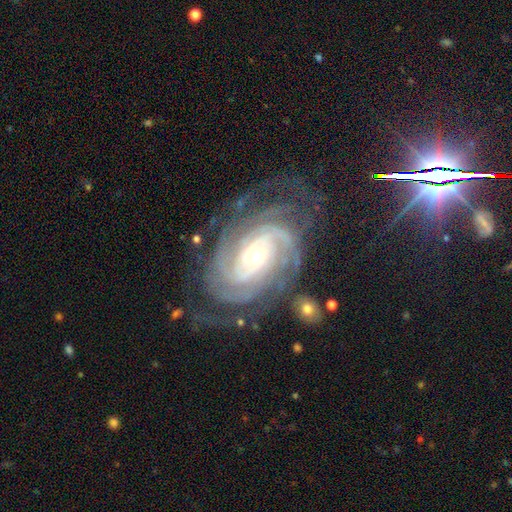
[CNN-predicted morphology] smooth-or-featured: featured or disk: 91% | star or artifact: 5% | smooth: 3%
  disk-edge-on: no: 97% | yes: 3%
    bar: no: 60% | weak: 25% | strong: 15%
    has-spiral-arms: yes: 98% | no: 2%
      spiral-winding: tight: 73% | medium: 23% | loose: 4%
      spiral-arm-count: 4: 25% | 3: 22% | can't tell: 18% | 2: 16% | more than 4: 12% | 1: 6%
    bulge-size: small: 53% | moderate: 42% | large: 3% | dominant: 1% | none: 1%
  merging: none: 70% | minor disturbance: 17% | major disturbance: 10% | merger: 2%